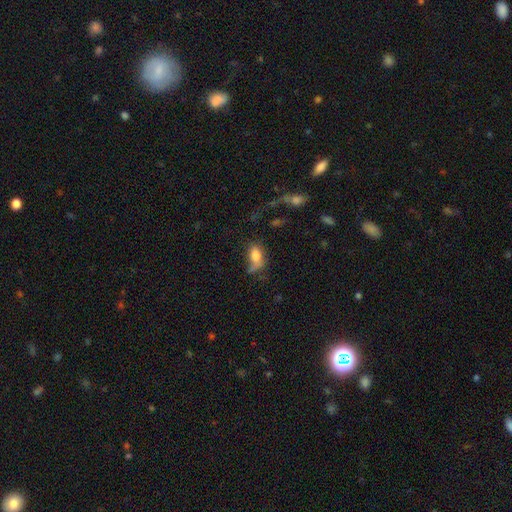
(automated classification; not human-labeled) This is likely a smooth galaxy (73%). How rounded: clearly in between (85%). Merging: marginally major disturbance (33%).